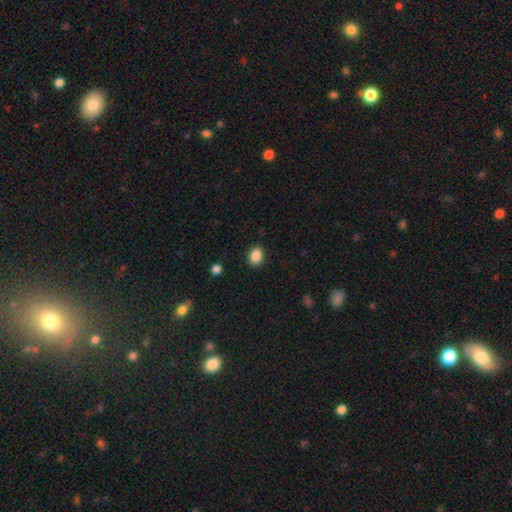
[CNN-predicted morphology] A smooth galaxy with no disk features (88%) that is in between round and cigar-shaped (72%). Merging: none (89%).